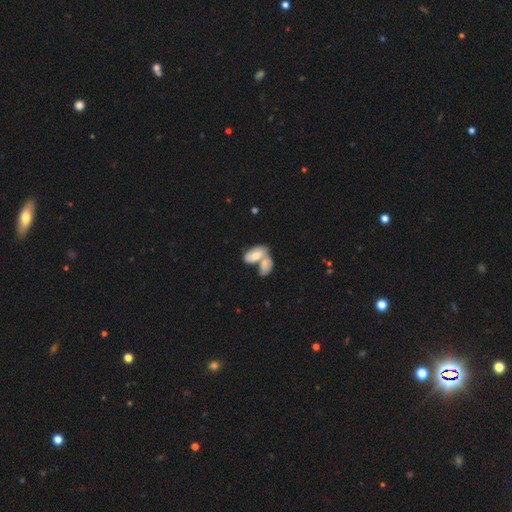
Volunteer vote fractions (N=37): Smooth or featured: smooth — 84% (featured or disk — 11%)
How rounded: in between — 97% (round — 3%)
Merging: merger — 80% (none — 14%)